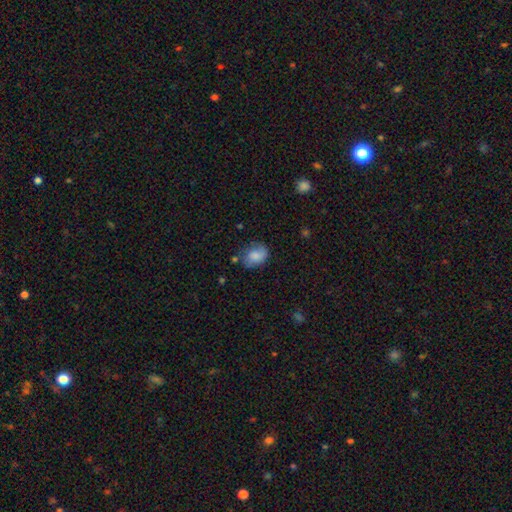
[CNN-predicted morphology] smooth-or-featured: smooth: 75% | featured or disk: 17% | star or artifact: 8%
  how-rounded: in between: 64% | round: 35% | cigar-shaped: 1%
  merging: none: 58% | minor disturbance: 29% | major disturbance: 10% | merger: 3%